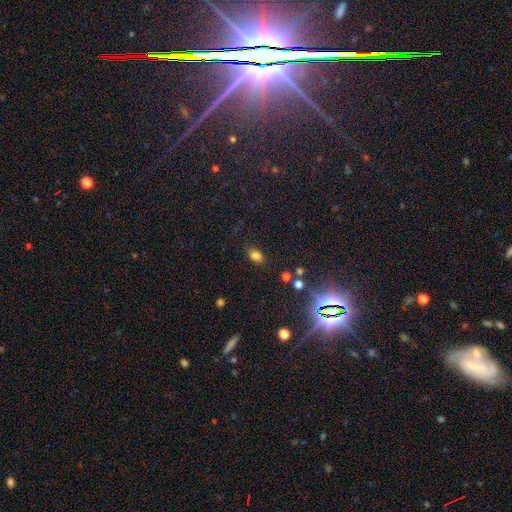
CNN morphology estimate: smooth_or_featured: smooth (p=0.78) [alt: star or artifact p=0.16]
how_rounded: in between (p=0.80) [alt: round p=0.18]
merging: none (p=0.75) [alt: minor disturbance p=0.17]